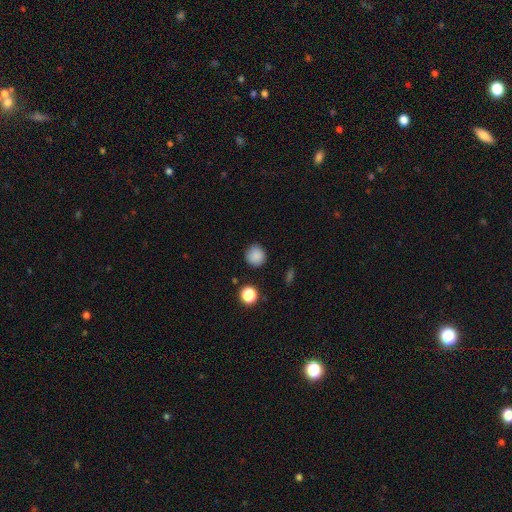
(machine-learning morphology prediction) smooth_or_featured: smooth (p=0.86) [alt: star or artifact p=0.11]
how_rounded: round (p=0.93) [alt: in between p=0.06]
merging: none (p=0.87) [alt: minor disturbance p=0.08]